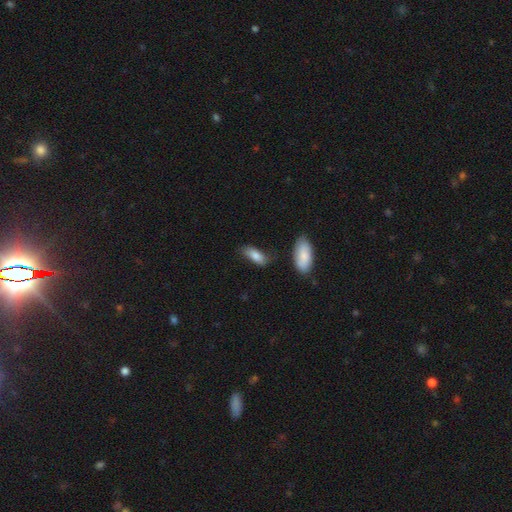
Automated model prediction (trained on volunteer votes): This is clearly a smooth galaxy (81%). How rounded: likely in between (79%). Merging: likely none (64%).